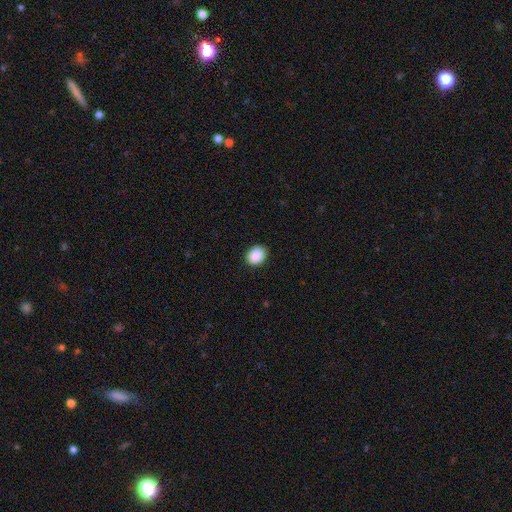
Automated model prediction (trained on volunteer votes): smooth_or_featured: smooth (p=0.89) [alt: star or artifact p=0.08]
how_rounded: round (p=0.54) [alt: in between p=0.45]
merging: none (p=0.85) [alt: minor disturbance p=0.12]